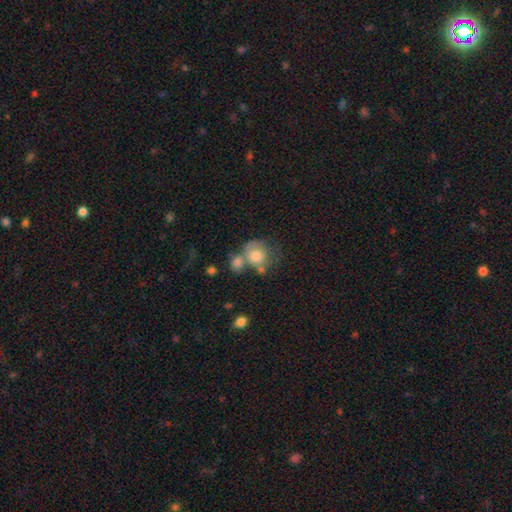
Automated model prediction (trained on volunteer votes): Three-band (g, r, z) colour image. It shows a smooth galaxy with no disk features (70%) that is round (76%). Merging: merger (36%).